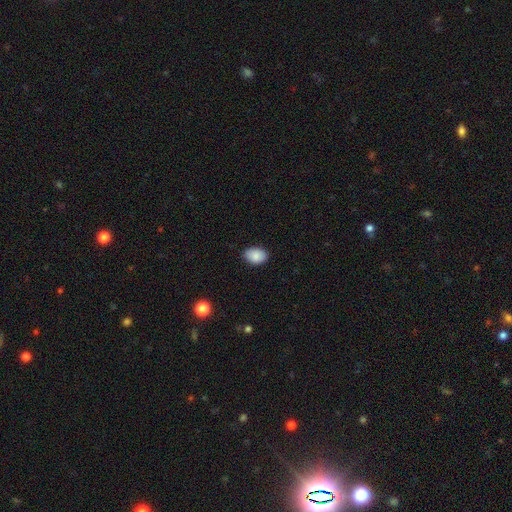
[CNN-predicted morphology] A smooth galaxy with no disk features (88%) that is in between round and cigar-shaped (85%).

Vote fractions:
- Smooth or featured? smooth: 88% / star or artifact: 7% / featured or disk: 5%
- How rounded? in between: 85% / round: 14% / cigar-shaped: 1%
- Merging? none: 87% / minor disturbance: 10% / major disturbance: 2% / merger: 1%